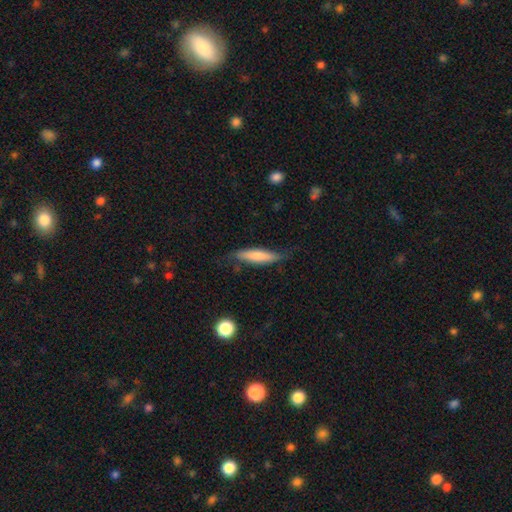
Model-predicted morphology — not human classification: This is likely a smooth galaxy (70%). How rounded: likely cigar-shaped (77%). Merging: likely none (69%).